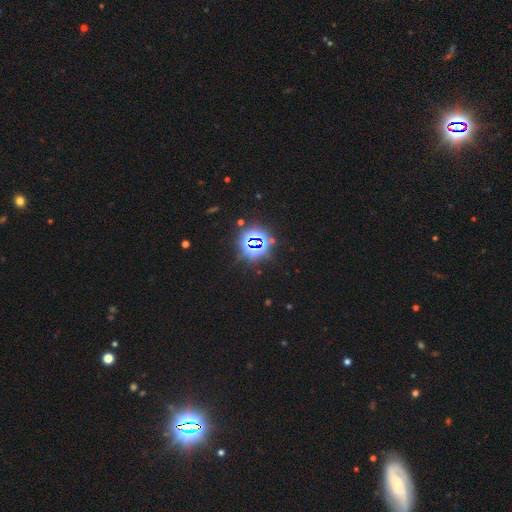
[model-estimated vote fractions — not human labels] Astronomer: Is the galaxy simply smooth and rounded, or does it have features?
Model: star or artifact — 78%.